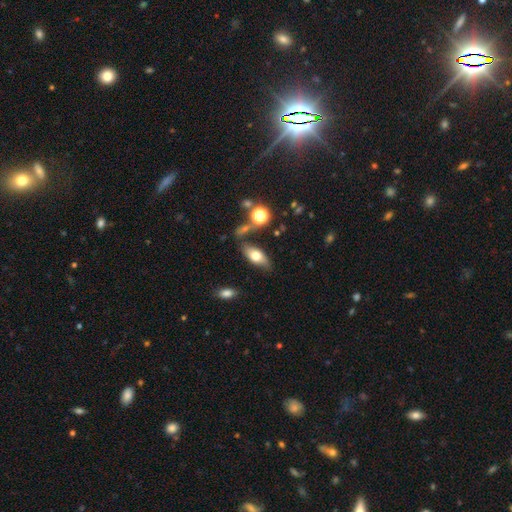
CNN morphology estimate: smooth-or-featured: smooth: 65% | featured or disk: 26% | star or artifact: 9%
  how-rounded: in between: 82% | cigar-shaped: 13% | round: 5%
  merging: none: 69% | minor disturbance: 17% | merger: 8% | major disturbance: 6%